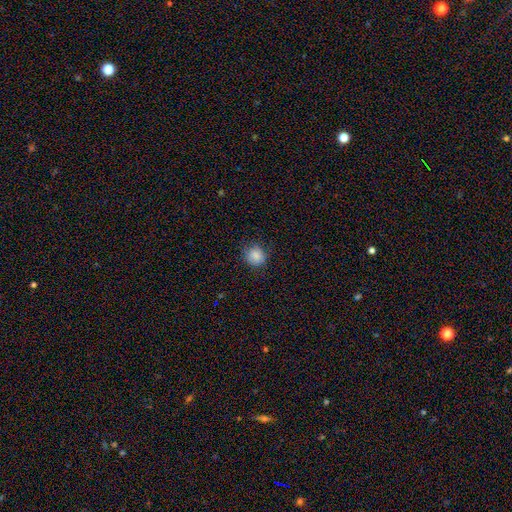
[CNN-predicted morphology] smooth_or_featured: smooth (p=0.85) [alt: star or artifact p=0.10]
how_rounded: round (p=0.89) [alt: in between p=0.10]
merging: none (p=0.82) [alt: minor disturbance p=0.14]